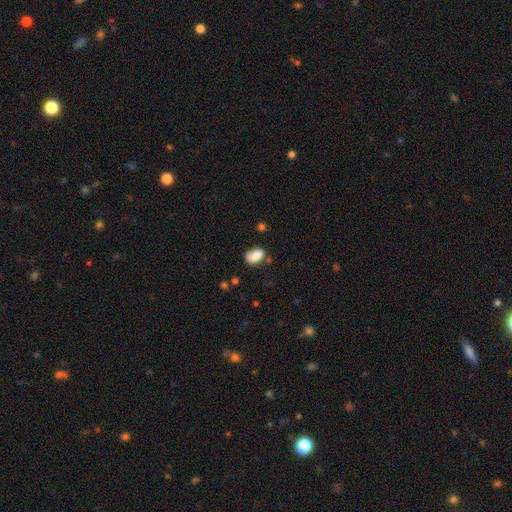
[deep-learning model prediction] A smooth galaxy with no disk features (78%) that is in between round and cigar-shaped (85%).

Vote fractions:
- Smooth or featured? smooth: 78% / featured or disk: 13% / star or artifact: 9%
- How rounded? in between: 85% / round: 13% / cigar-shaped: 2%
- Merging? none: 56% / minor disturbance: 28% / major disturbance: 10% / merger: 6%